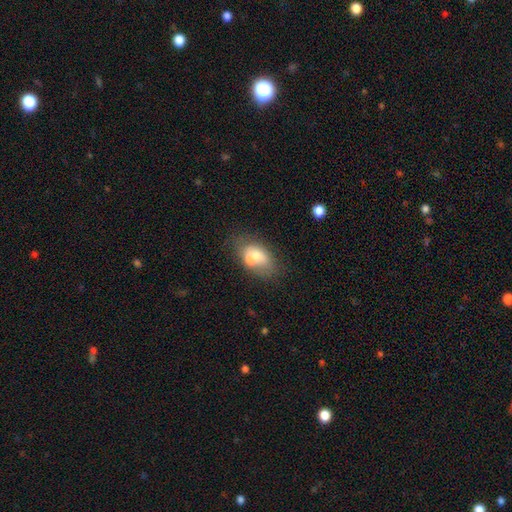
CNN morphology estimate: smooth 57%, featured or disk 33%, star or artifact 10%. Down the decision tree: how rounded — in between (81%); merging — none (39%).